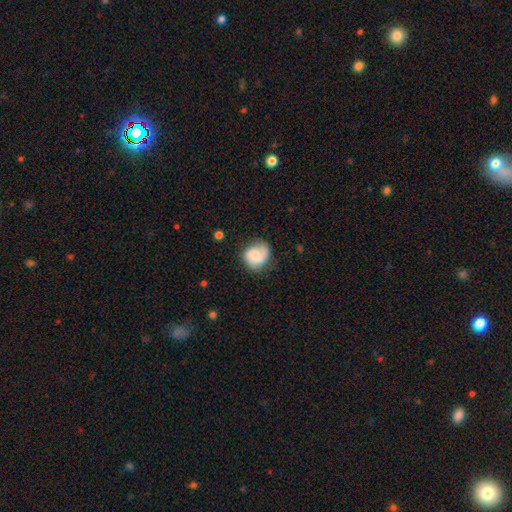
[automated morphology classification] A featured or disk galaxy (53%) with no bar (53%), spiral arms (90%) and a small central bulge (38%, tied with moderate). Merging: none (67%).